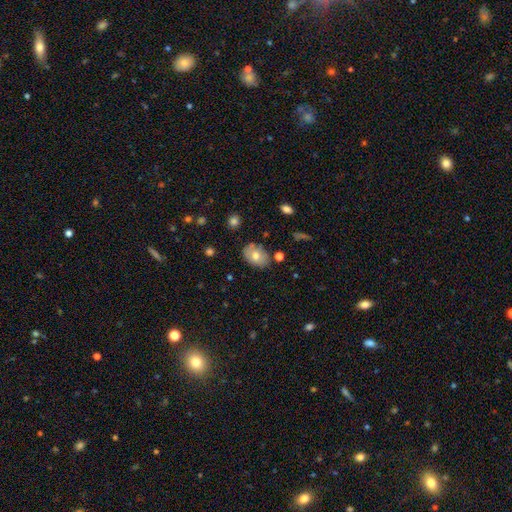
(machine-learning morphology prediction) Q: Smooth or featured?
A: smooth (69%); runner-up: featured or disk (23%)
Q: How rounded?
A: in between (78%); runner-up: round (21%)
Q: Merging?
A: none (78%); runner-up: minor disturbance (16%)